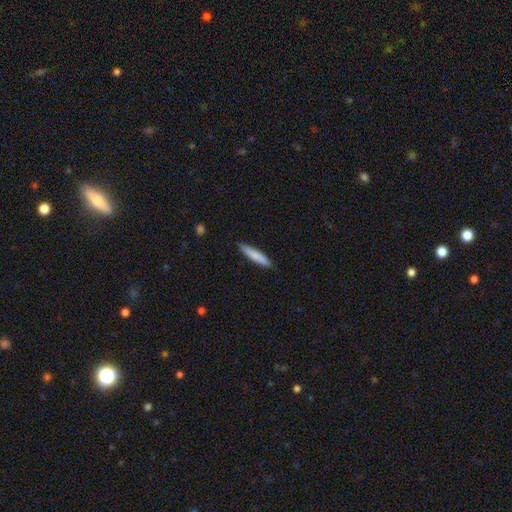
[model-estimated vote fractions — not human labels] A smooth galaxy with no disk features (80%) that is cigar-shaped (91%).

Vote fractions:
- Smooth or featured? smooth: 80% / featured or disk: 15% / star or artifact: 5%
- How rounded? cigar-shaped: 91% / in between: 8% / round: 1%
- Merging? none: 89% / minor disturbance: 9% / major disturbance: 2% / merger: 1%